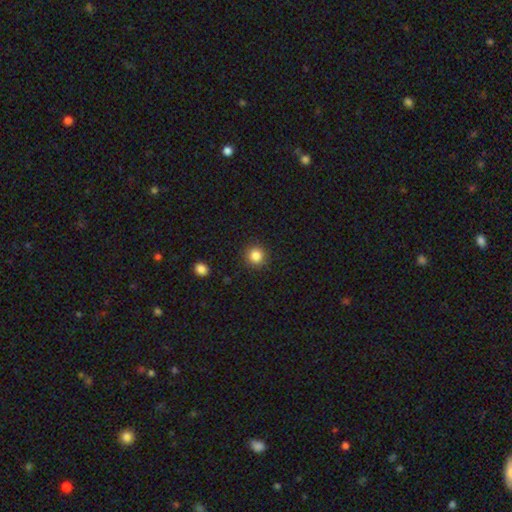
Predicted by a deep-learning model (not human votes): Smooth or featured?
  - smooth: 85% *
  - star or artifact: 11%
  - featured or disk: 4%
How rounded?
  - round: 93% *
  - in between: 6%
  - cigar-shaped: 1%
Merging?
  - none: 90% *
  - minor disturbance: 7%
  - major disturbance: 2%
  - merger: 1%